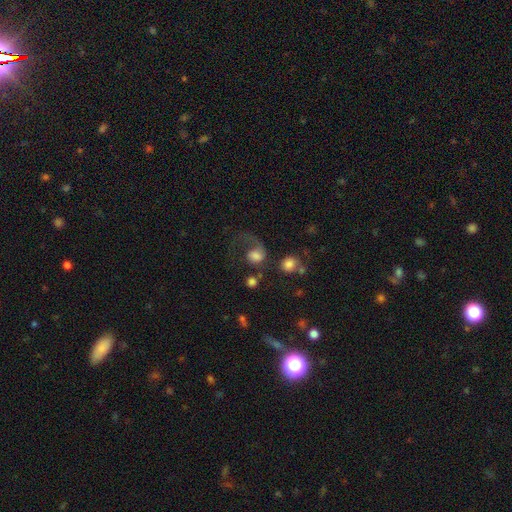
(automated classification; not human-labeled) Smooth or featured: smooth — 52% (featured or disk — 37%)
How rounded: round — 65% (in between — 34%)
Merging: major disturbance — 49% (none — 28%)